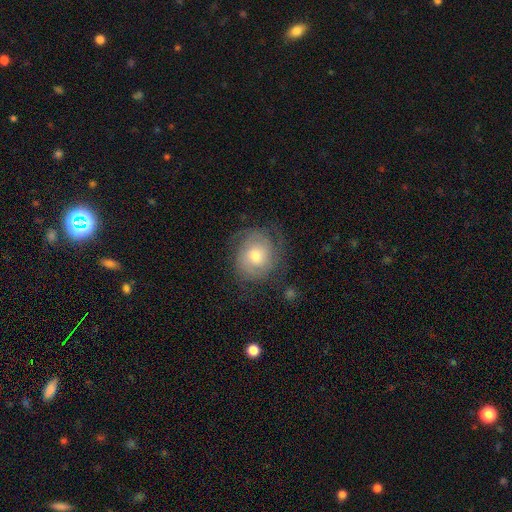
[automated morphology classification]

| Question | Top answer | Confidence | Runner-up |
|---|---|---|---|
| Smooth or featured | featured or disk | 62% | smooth (30%) |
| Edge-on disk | no | 97% | yes (3%) |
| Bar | no | 73% | weak (23%) |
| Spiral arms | yes | 86% | no (14%) |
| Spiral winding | tight | 59% | medium (30%) |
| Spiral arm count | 2 | 40% | can't tell (35%) |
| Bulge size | moderate | 60% | small (32%) |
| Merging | none | 68% | minor disturbance (19%) |